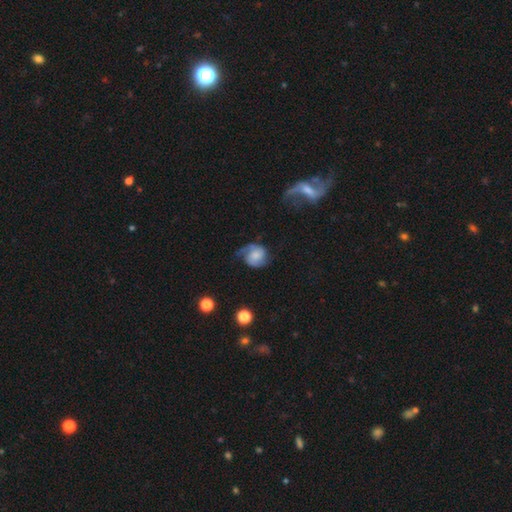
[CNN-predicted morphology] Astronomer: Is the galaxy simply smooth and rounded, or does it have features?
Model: featured or disk — 73%.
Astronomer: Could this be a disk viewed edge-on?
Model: no — 98%.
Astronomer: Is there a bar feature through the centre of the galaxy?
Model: no — 63%.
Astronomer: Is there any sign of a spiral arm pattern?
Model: yes — 95%.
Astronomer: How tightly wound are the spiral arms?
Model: medium — 47% (runner-up: loose, 27%).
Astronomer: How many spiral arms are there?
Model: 2 — 87%.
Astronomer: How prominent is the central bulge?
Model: small — 30% (runner-up: none, 27%).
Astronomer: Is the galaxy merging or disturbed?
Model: none — 65%.